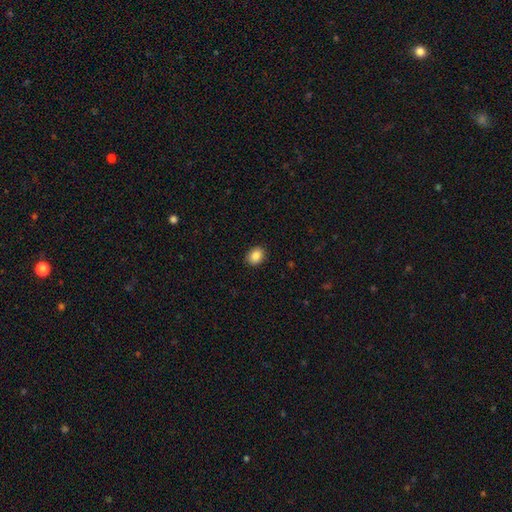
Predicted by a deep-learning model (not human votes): A smooth galaxy with no disk features (88%) that is in between round and cigar-shaped (65%).

Vote fractions:
- Smooth or featured? smooth: 88% / star or artifact: 8% / featured or disk: 4%
- How rounded? in between: 65% / round: 34% / cigar-shaped: 1%
- Merging? none: 89% / minor disturbance: 8% / major disturbance: 2% / merger: 1%